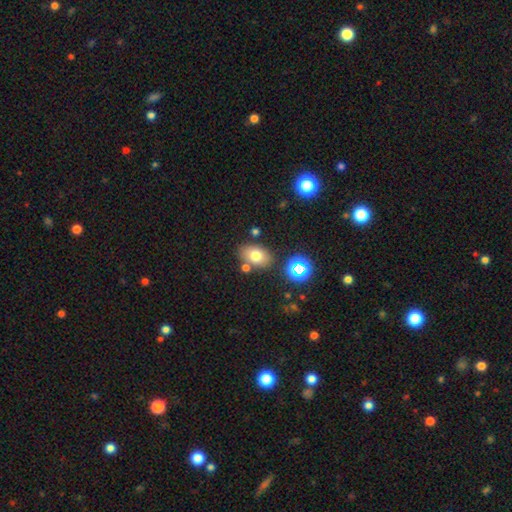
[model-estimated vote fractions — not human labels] smooth-or-featured: smooth: 73% | star or artifact: 14% | featured or disk: 13%
  how-rounded: in between: 80% | round: 19% | cigar-shaped: 1%
  merging: none: 77% | minor disturbance: 12% | merger: 9% | major disturbance: 3%